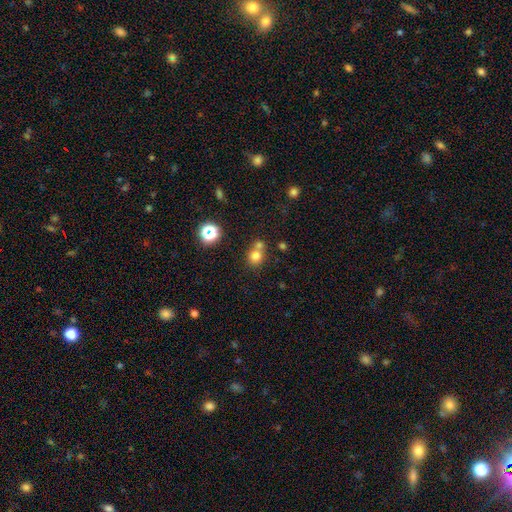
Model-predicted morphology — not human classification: smooth_or_featured: smooth (p=0.74) [alt: star or artifact p=0.16]
how_rounded: round (p=0.82) [alt: in between p=0.17]
merging: none (p=0.52) [alt: merger p=0.37]